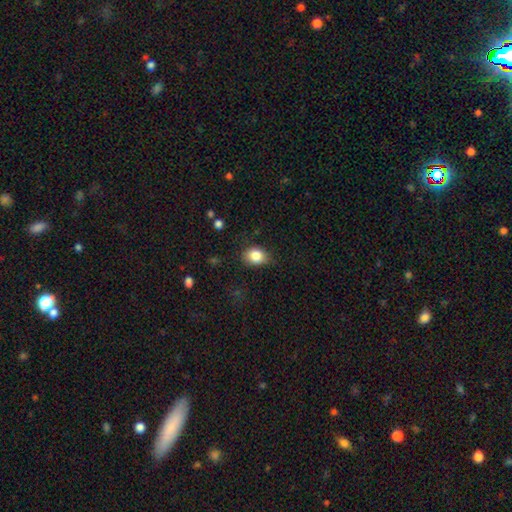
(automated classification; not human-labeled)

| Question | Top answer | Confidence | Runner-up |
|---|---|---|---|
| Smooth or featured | smooth | 85% | star or artifact (9%) |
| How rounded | in between | 59% | round (40%) |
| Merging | none | 75% | minor disturbance (19%) |